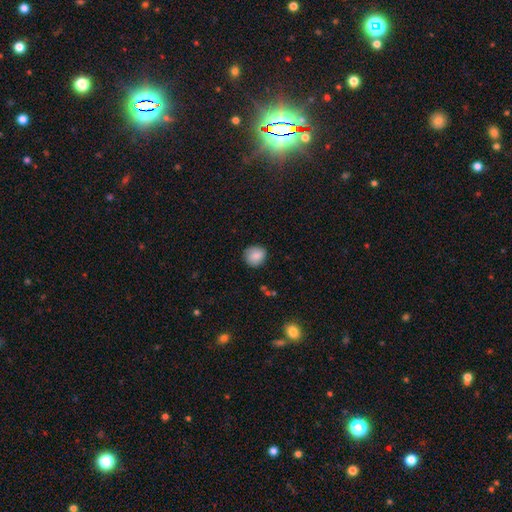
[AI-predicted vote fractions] smooth_or_featured: smooth (p=0.84) [alt: star or artifact p=0.08]
how_rounded: round (p=0.86) [alt: in between p=0.13]
merging: none (p=0.82) [alt: minor disturbance p=0.14]